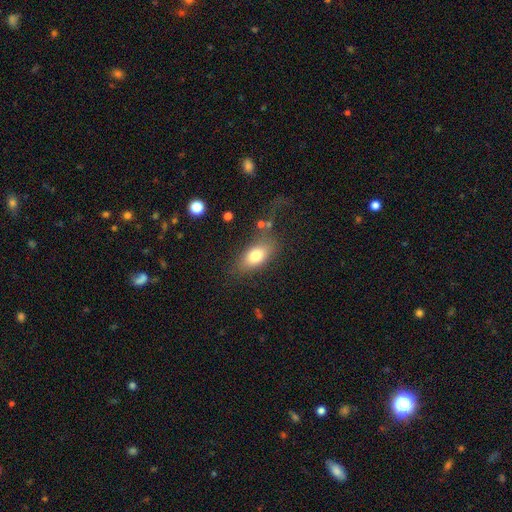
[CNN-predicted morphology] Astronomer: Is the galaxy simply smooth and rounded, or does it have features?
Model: smooth — 78%.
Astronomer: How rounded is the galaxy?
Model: in between — 87%.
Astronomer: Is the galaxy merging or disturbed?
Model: none — 67%.